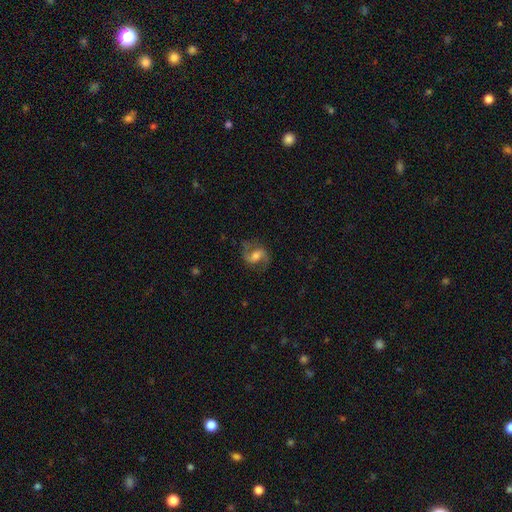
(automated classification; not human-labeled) Q: Smooth or featured?
A: featured or disk (67%); runner-up: smooth (24%)
Q: Edge-on disk?
A: no (96%); runner-up: yes (4%)
Q: Bar?
A: weak (46%); runner-up: strong (28%)
Q: Spiral arms?
A: yes (91%); runner-up: no (9%)
Q: Spiral winding?
A: medium (46%); runner-up: loose (42%)
Q: Spiral arm count?
A: 2 (89%); runner-up: can't tell (5%)
Q: Bulge size?
A: moderate (49%); runner-up: large (22%)
Q: Merging?
A: none (70%); runner-up: minor disturbance (17%)